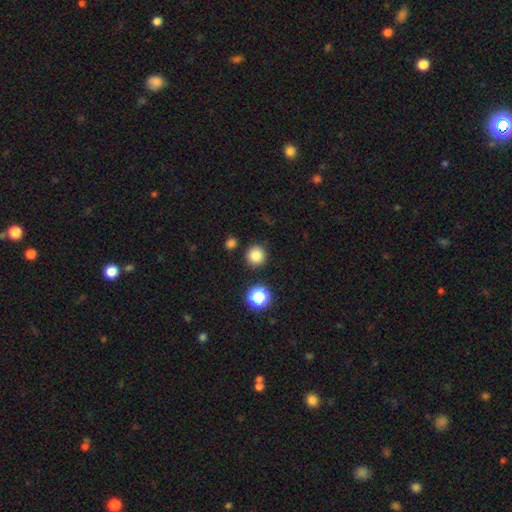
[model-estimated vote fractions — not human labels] smooth_or_featured: smooth (p=0.82) [alt: star or artifact p=0.13]
how_rounded: round (p=0.94) [alt: in between p=0.05]
merging: none (p=0.89) [alt: minor disturbance p=0.06]